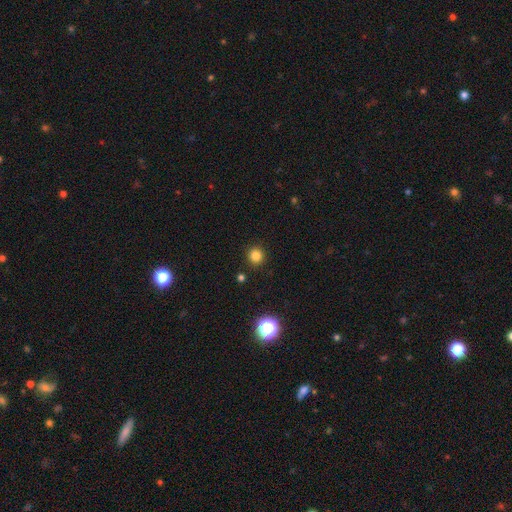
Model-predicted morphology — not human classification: Smooth or featured? smooth (81%)
How rounded? round (94%)
Merging? none (92%)